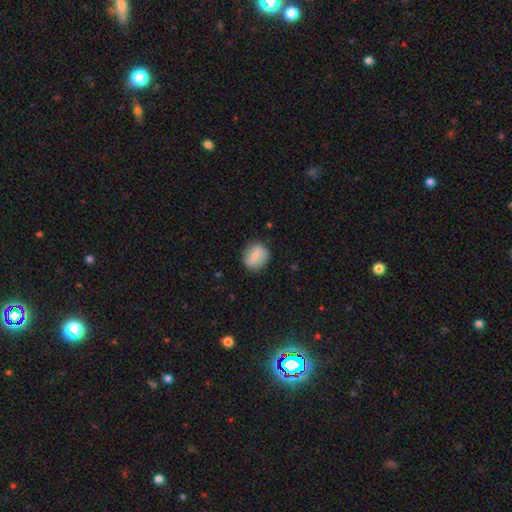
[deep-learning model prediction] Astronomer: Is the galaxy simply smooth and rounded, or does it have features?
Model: smooth — 62%.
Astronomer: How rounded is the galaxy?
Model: round — 71%.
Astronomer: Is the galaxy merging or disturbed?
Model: none — 81%.